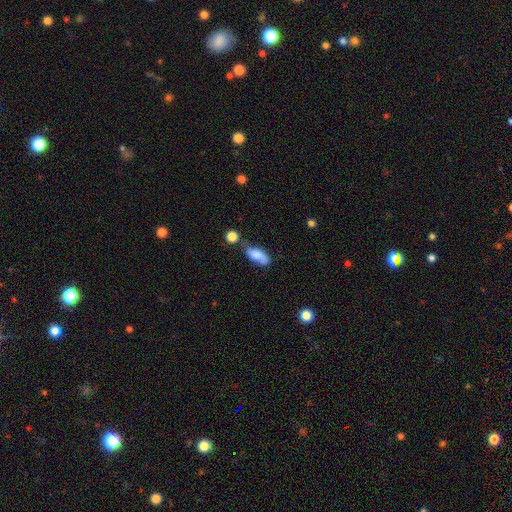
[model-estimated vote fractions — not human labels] Smooth or featured: smooth — 68% (featured or disk — 23%)
How rounded: in between — 81% (cigar-shaped — 15%)
Merging: none — 42% (minor disturbance — 27%)